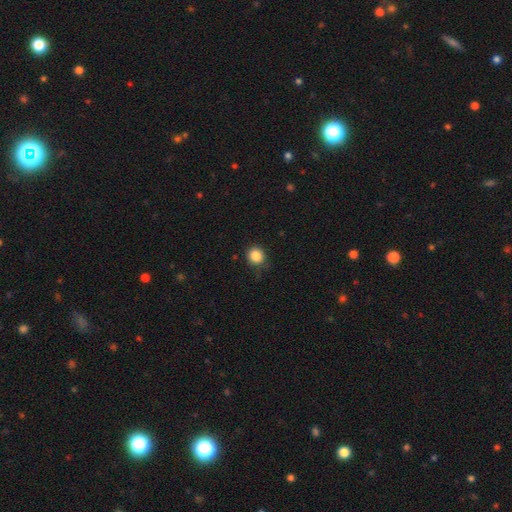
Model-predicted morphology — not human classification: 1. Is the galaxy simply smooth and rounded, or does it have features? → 86% smooth, 10% star or artifact, 4% featured or disk.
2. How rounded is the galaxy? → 86% round, 13% in between, 1% cigar-shaped.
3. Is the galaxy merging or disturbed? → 82% none, 14% minor disturbance, 3% major disturbance, 1% merger.